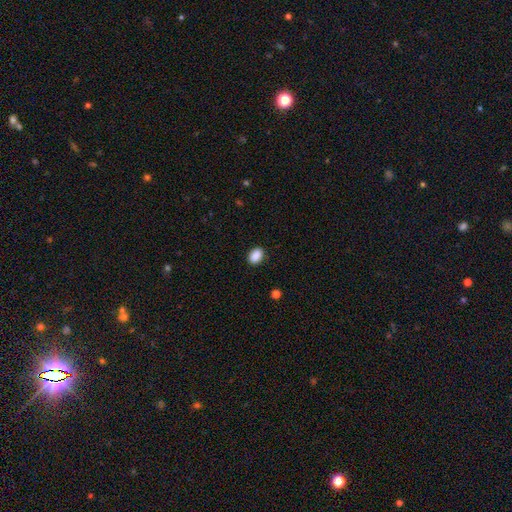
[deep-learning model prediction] Morphology: type=smooth (89%); roundness=in between (80%); merging=none (89%).